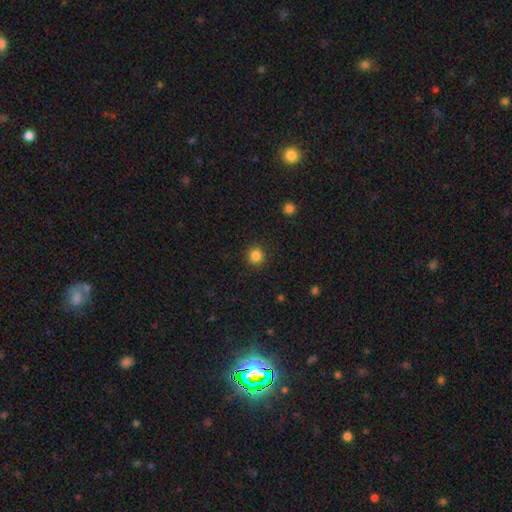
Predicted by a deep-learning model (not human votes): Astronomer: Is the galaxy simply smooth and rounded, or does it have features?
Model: smooth — 84%.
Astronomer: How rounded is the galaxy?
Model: round — 93%.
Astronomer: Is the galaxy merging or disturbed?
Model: none — 92%.